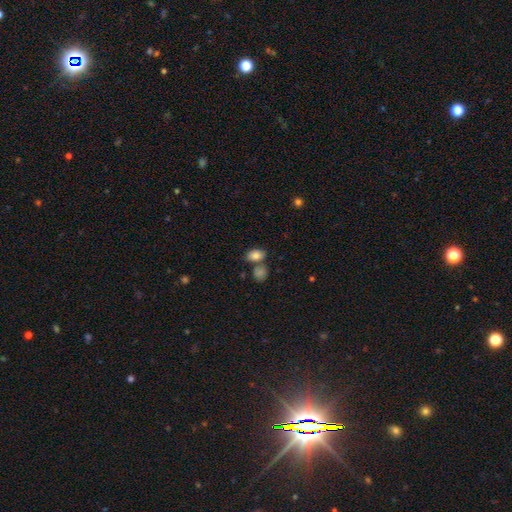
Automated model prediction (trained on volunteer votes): A smooth galaxy with no disk features (84%) that is in between round and cigar-shaped (83%).

Vote fractions:
- Smooth or featured? smooth: 84% / star or artifact: 10% / featured or disk: 7%
- How rounded? in between: 83% / round: 16% / cigar-shaped: 2%
- Merging? none: 56% / merger: 28% / minor disturbance: 13% / major disturbance: 4%